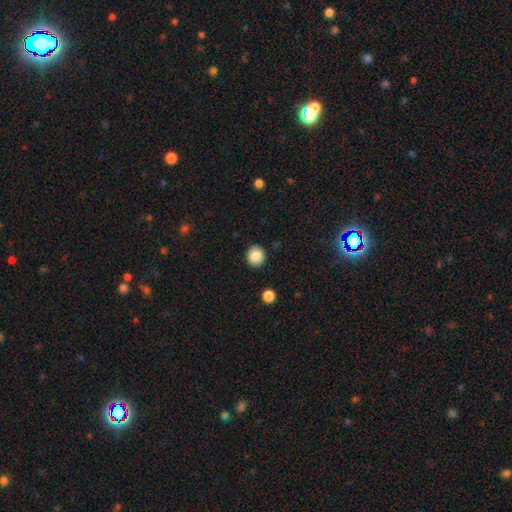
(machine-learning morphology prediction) type=smooth (87%); roundness=round (90%); merging=none (92%).